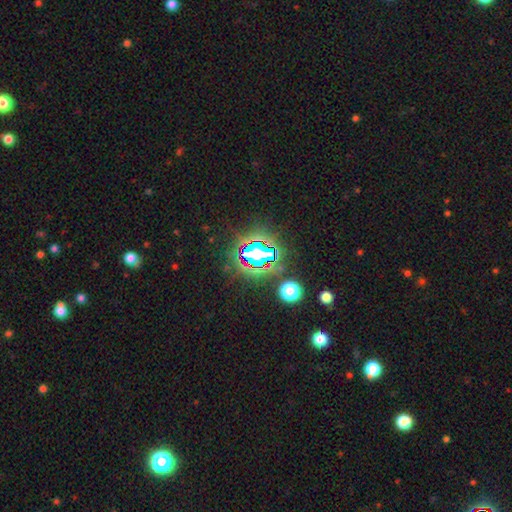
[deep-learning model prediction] This is likely a star or artifact rather than a galaxy (70%).